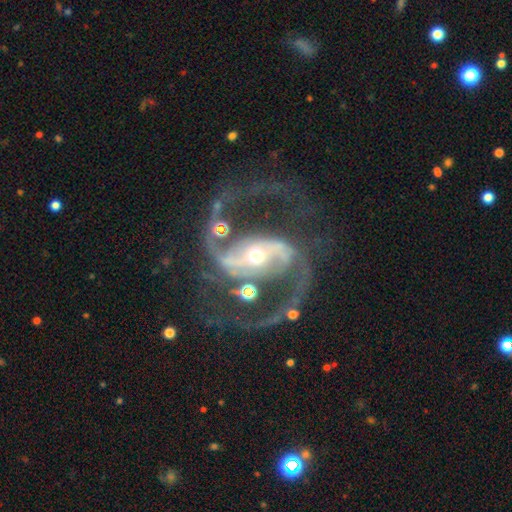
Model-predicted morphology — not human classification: Smooth or featured? featured or disk (92%)
Edge-on disk? no (98%)
Bar? strong (57%)
Spiral arms? yes (98%)
Spiral winding? medium (63%)
Spiral arm count? 2 (93%)
Bulge size? small (48%)
Merging? none (70%)